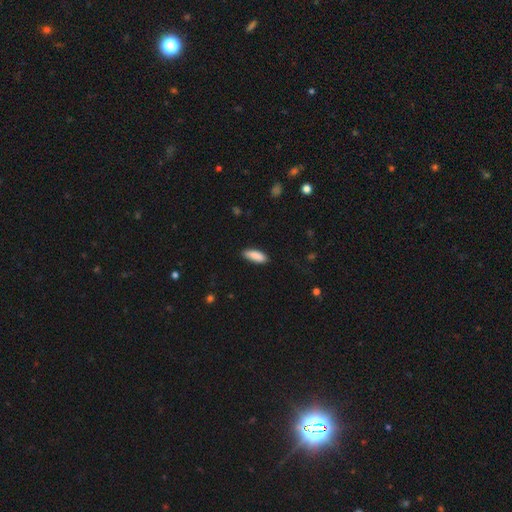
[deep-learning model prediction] Smooth or featured?
  - smooth: 89% *
  - star or artifact: 6%
  - featured or disk: 5%
How rounded?
  - in between: 67% *
  - cigar-shaped: 32%
  - round: 2%
Merging?
  - none: 85% *
  - minor disturbance: 11%
  - major disturbance: 2%
  - merger: 1%